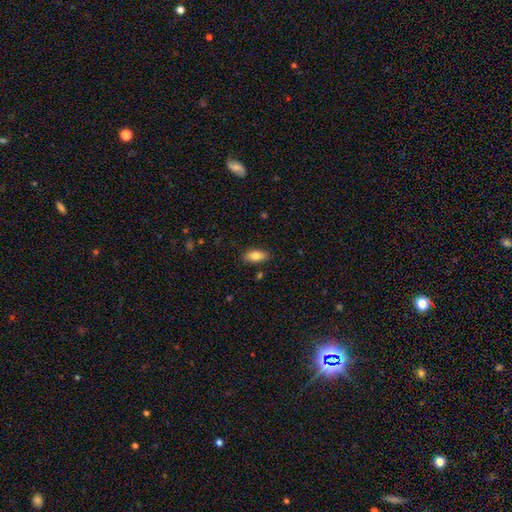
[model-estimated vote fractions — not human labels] This is clearly a smooth galaxy (82%). How rounded: clearly in between (85%). Merging: clearly none (85%).